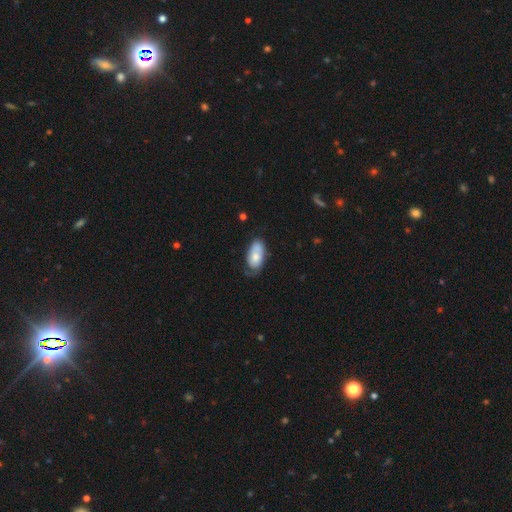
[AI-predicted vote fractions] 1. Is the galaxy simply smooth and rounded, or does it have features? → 69% smooth, 25% featured or disk, 6% star or artifact.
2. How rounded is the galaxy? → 93% in between, 4% cigar-shaped, 3% round.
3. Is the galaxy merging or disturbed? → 47% none, 33% minor disturbance, 15% major disturbance, 5% merger.